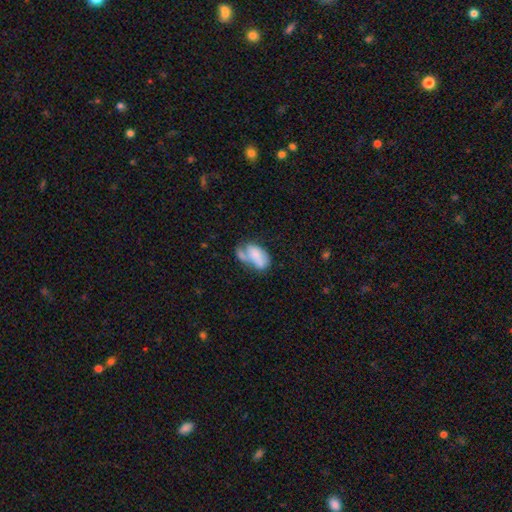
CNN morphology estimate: A smooth galaxy with no disk features (62%) that is in between round and cigar-shaped (92%). Merging: merger (39%).